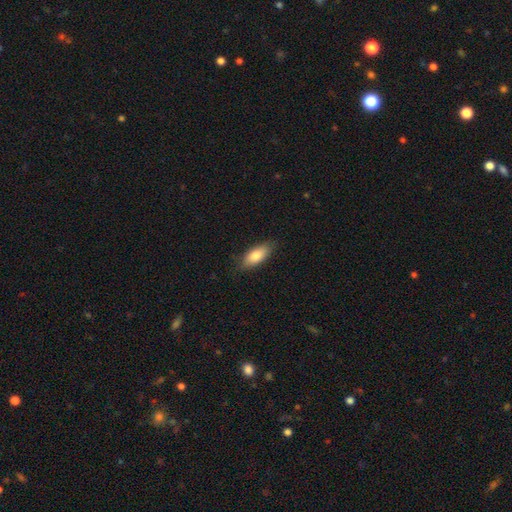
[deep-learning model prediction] This appears to be a smooth galaxy with no disk features (82%) that is in between round and cigar-shaped (80%). Merging: none (82%).